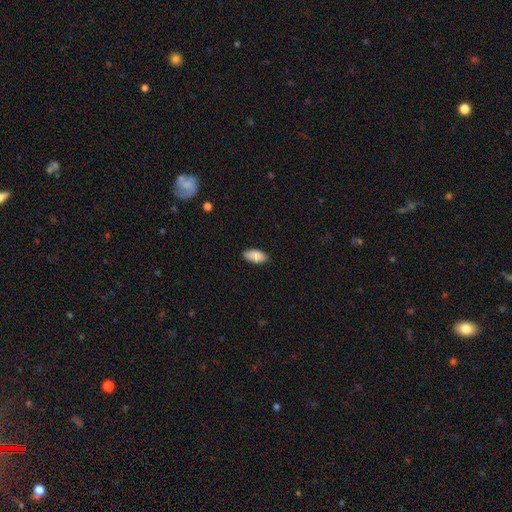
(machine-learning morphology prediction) The model was most divided on "merging": none: 87%, minor disturbance: 10%, major disturbance: 2%, merger: 1%. More confident: how rounded — in between (93%); smooth or featured — smooth (89%).